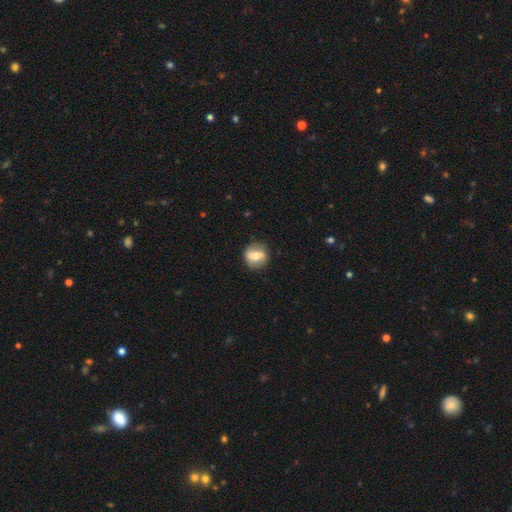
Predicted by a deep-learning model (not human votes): This appears to be a smooth galaxy with no disk features (48%). Merging: none (85%).